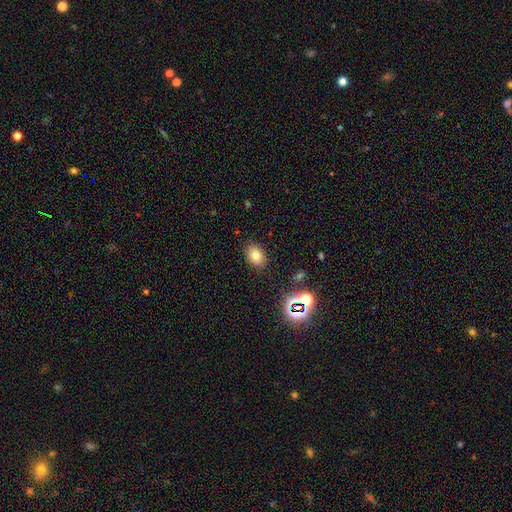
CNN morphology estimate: Smooth or featured? smooth (75%)
How rounded? in between (71%)
Merging? none (86%)